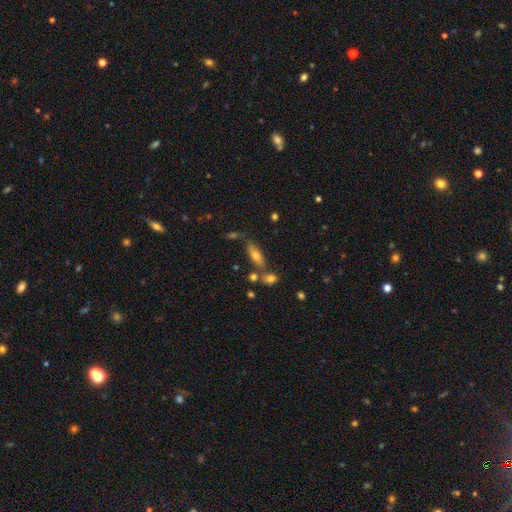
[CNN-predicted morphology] The model was most divided on "how rounded": in between: 57%, cigar-shaped: 39%, round: 4%. More confident: merging — none (62%); smooth or featured — smooth (60%).